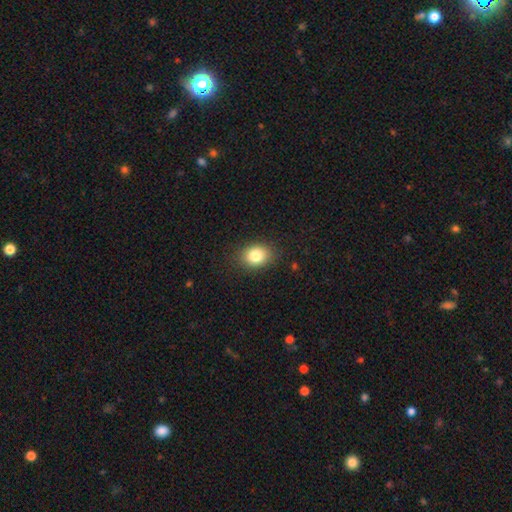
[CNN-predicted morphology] Q: Smooth or featured?
A: smooth (83%); runner-up: star or artifact (9%)
Q: How rounded?
A: in between (60%); runner-up: round (39%)
Q: Merging?
A: none (86%); runner-up: minor disturbance (10%)